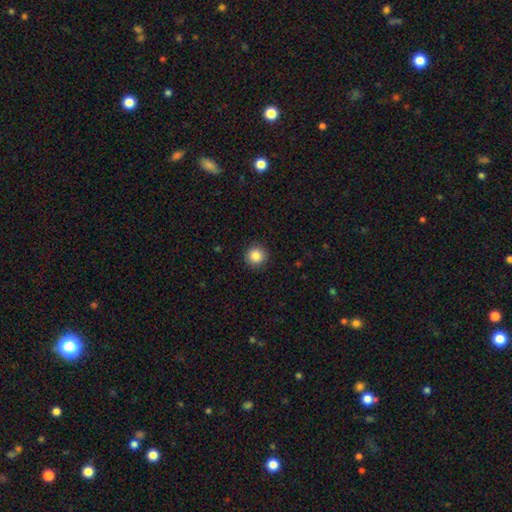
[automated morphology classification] Smooth or featured?
  - smooth: 85% *
  - star or artifact: 10%
  - featured or disk: 5%
How rounded?
  - round: 95% *
  - in between: 4%
  - cigar-shaped: 1%
Merging?
  - none: 92% *
  - minor disturbance: 6%
  - major disturbance: 2%
  - merger: 1%